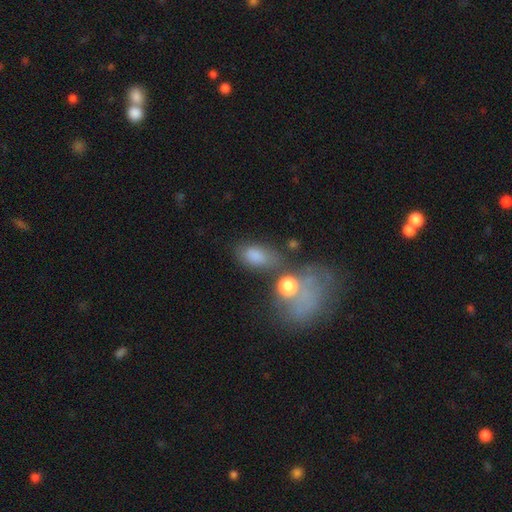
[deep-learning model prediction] Smooth or featured: smooth — 72% (star or artifact — 15%)
How rounded: in between — 82% (round — 14%)
Merging: none — 52% (minor disturbance — 19%)